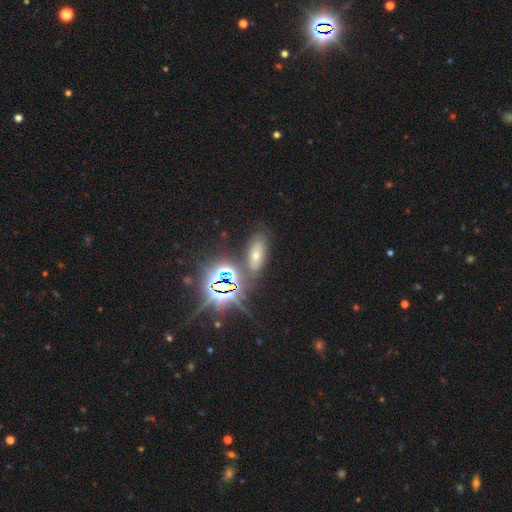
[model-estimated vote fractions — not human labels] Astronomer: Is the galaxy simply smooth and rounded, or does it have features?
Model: star or artifact — 56%.